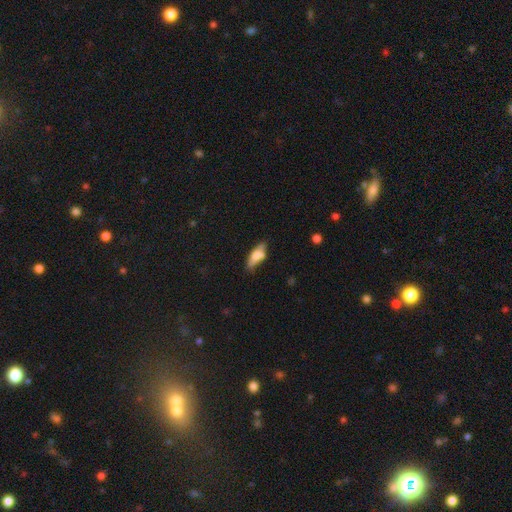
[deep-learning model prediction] smooth-or-featured: smooth: 66% | featured or disk: 26% | star or artifact: 8%
  how-rounded: in between: 62% | cigar-shaped: 35% | round: 3%
  merging: none: 57% | minor disturbance: 26% | merger: 10% | major disturbance: 8%